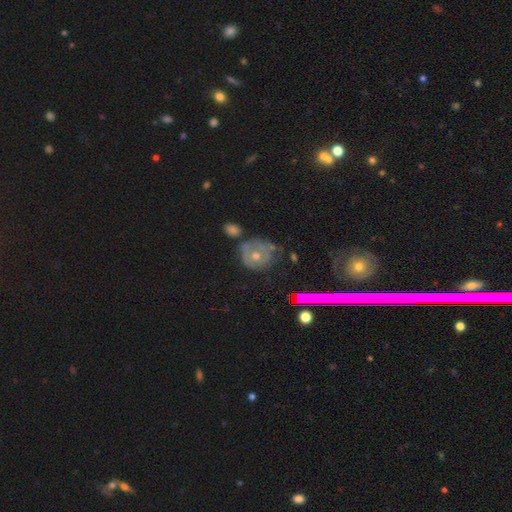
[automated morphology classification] Smooth or featured?
  - featured or disk: 50% *
  - smooth: 28%
  - star or artifact: 23%
Merging?
  - none: 59% *
  - minor disturbance: 22%
  - major disturbance: 10%
  - merger: 10%